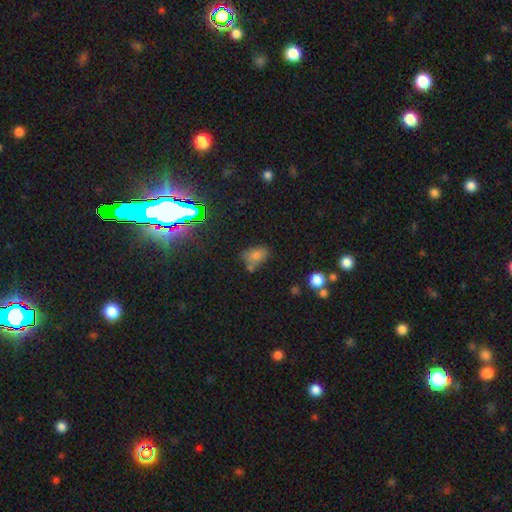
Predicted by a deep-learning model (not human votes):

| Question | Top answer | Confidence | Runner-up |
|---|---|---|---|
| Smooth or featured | smooth | 65% | star or artifact (23%) |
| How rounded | in between | 80% | round (18%) |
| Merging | none | 56% | minor disturbance (21%) |